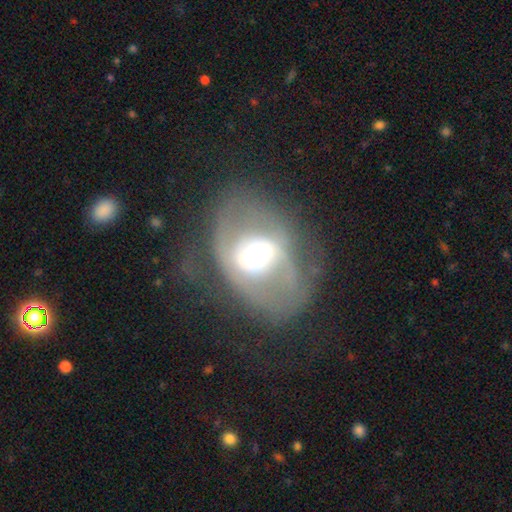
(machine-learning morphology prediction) This is likely a featured or disk galaxy (70%). It is clearly not viewed edge-on (94%). Bar: marginally weak (36%). Spiral arm pattern: possibly yes (60%). Central bulge: possibly moderate (54%). Merging: possibly none (53%).